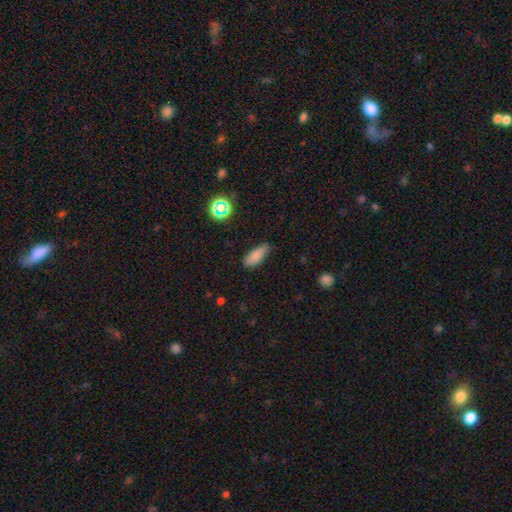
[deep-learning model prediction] This appears to be a smooth galaxy with no disk features (81%) that is in between round and cigar-shaped (76%). Merging: none (67%).